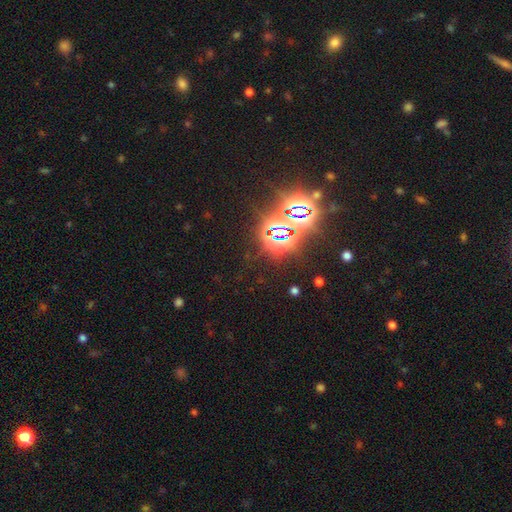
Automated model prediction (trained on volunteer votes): smooth_or_featured: star or artifact (p=0.82) [alt: smooth p=0.12]